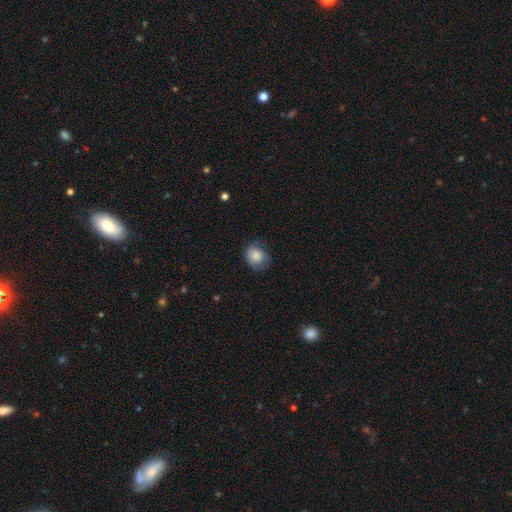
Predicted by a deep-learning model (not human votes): This appears to be a smooth galaxy with no disk features (82%) that is round (63%). Merging: none (60%).